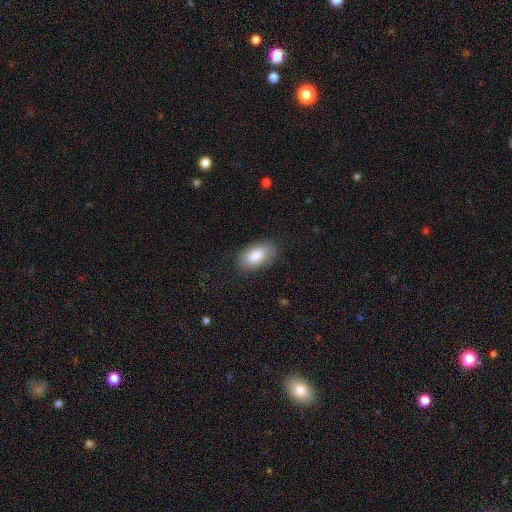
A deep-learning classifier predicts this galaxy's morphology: A smooth galaxy with no disk features (85%) that is in between round and cigar-shaped (94%). Merging: none (83%).